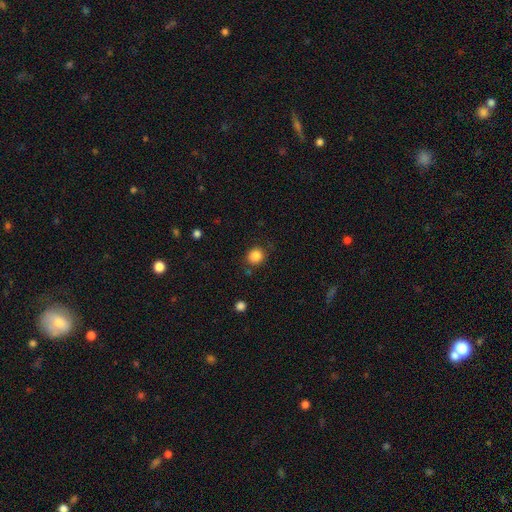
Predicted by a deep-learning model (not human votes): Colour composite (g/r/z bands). It shows a smooth galaxy with no disk features (86%) that is round (83%). Merging: none (80%).